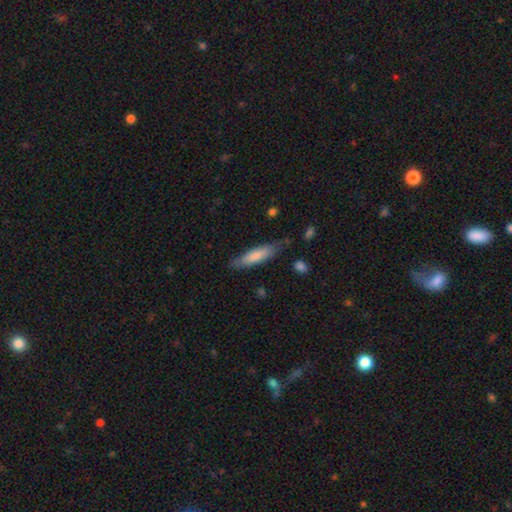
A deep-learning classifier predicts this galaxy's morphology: Smooth or featured? Predicted: smooth (p=0.76). How rounded? Predicted: cigar-shaped (p=0.72). Merging? Predicted: none (p=0.77).